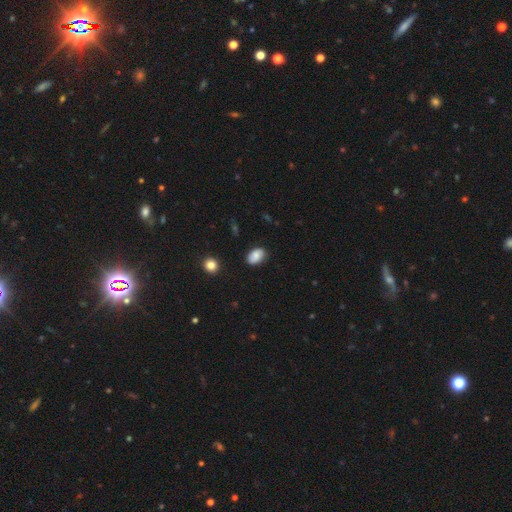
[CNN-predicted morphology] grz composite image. It shows a smooth galaxy with no disk features (82%) that is in between round and cigar-shaped (87%). Merging: none (83%).